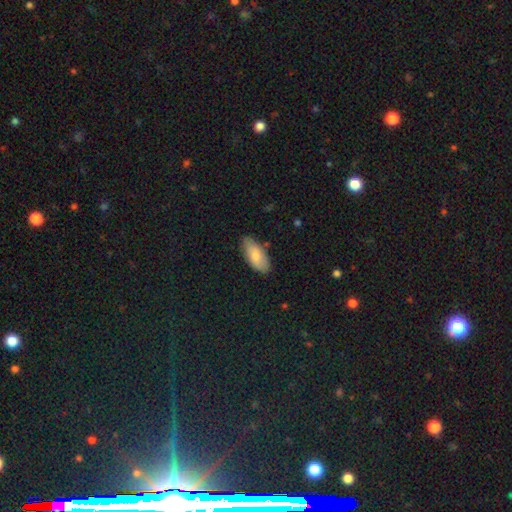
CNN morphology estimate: smooth_or_featured: smooth (p=0.78) [alt: featured or disk p=0.16]
how_rounded: in between (p=0.89) [alt: cigar-shaped p=0.09]
merging: none (p=0.80) [alt: minor disturbance p=0.16]